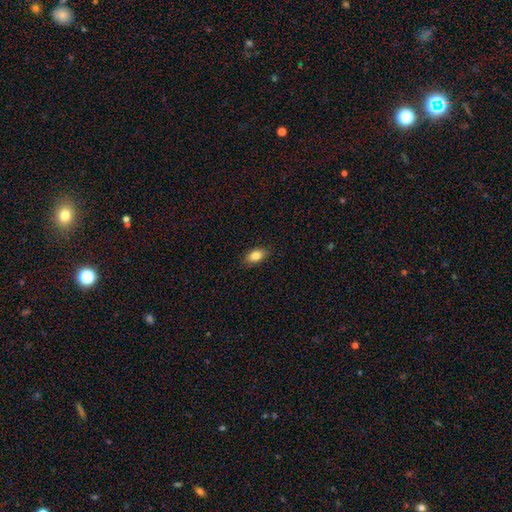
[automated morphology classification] A smooth galaxy with no disk features (84%) that is in between round and cigar-shaped (88%).

Vote fractions:
- Smooth or featured? smooth: 84% / star or artifact: 8% / featured or disk: 8%
- How rounded? in between: 88% / round: 8% / cigar-shaped: 4%
- Merging? none: 86% / minor disturbance: 11% / major disturbance: 2% / merger: 1%